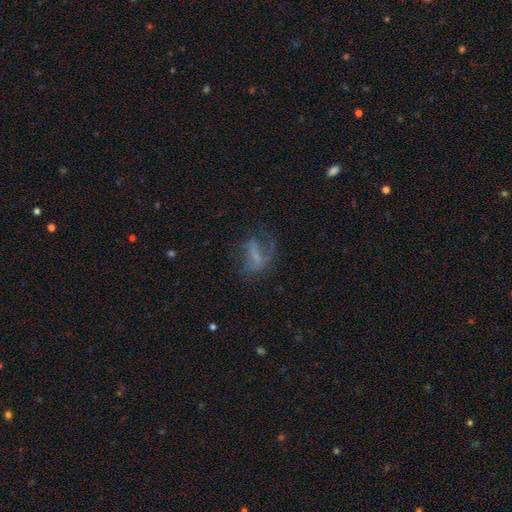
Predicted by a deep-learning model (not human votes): A featured or disk galaxy (58%) with a weak bar (38%), spiral arms (64%) and no central bulge (45%).

Vote fractions:
- Smooth or featured? featured or disk: 58% / smooth: 29% / star or artifact: 14%
- Edge-on disk? no: 94% / yes: 6%
- Bar? weak: 38% / no: 35% / strong: 27%
- Spiral arms? yes: 64% / no: 36%
- Bulge size? none: 45% / small: 38% / moderate: 13% / large: 3% / dominant: 1%
- Merging? none: 40% / major disturbance: 38% / minor disturbance: 19% / merger: 3%